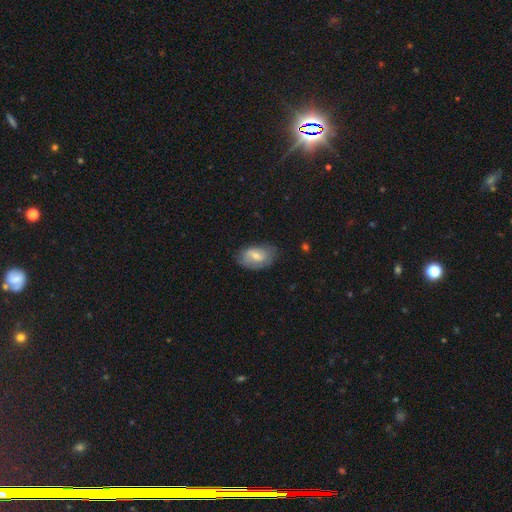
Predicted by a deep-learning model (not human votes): Smooth or featured: smooth — 53% (featured or disk — 40%)
How rounded: in between — 89% (round — 9%)
Merging: none — 68% (minor disturbance — 24%)